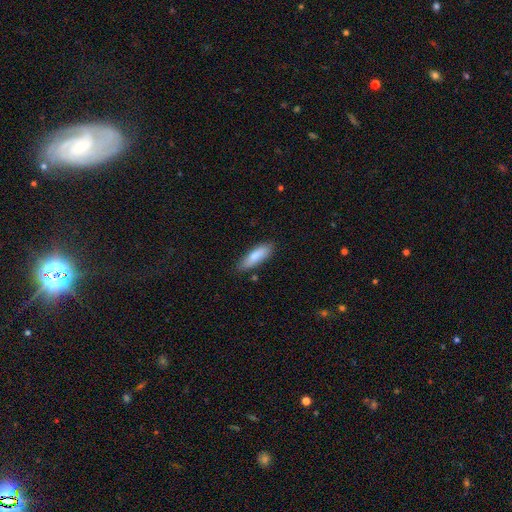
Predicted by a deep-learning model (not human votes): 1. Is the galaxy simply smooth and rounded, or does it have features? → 83% smooth, 11% featured or disk, 6% star or artifact.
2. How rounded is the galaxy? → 51% cigar-shaped, 48% in between, 2% round.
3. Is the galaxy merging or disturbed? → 81% none, 14% minor disturbance, 2% major disturbance, 2% merger.